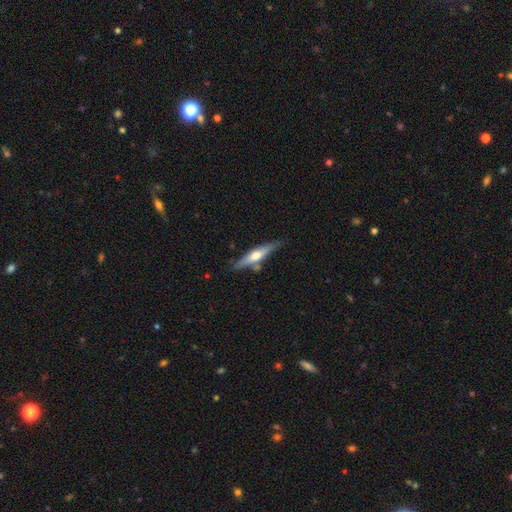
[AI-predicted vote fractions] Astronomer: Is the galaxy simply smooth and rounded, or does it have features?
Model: featured or disk — 60% (runner-up: smooth, 35%).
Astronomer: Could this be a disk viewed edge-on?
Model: yes — 94%.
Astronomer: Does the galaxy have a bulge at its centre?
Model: rounded — 89%.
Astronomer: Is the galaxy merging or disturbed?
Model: none — 76%.